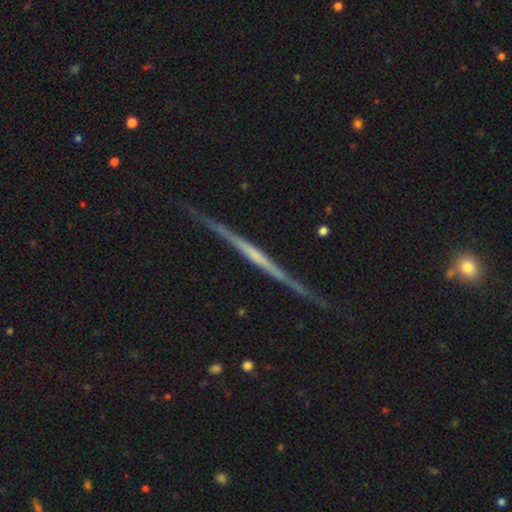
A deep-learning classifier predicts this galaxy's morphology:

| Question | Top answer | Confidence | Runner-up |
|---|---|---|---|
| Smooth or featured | featured or disk | 79% | smooth (14%) |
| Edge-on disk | yes | 98% | no (2%) |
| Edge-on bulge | none | 62% | rounded (25%) |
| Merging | none | 87% | minor disturbance (9%) |